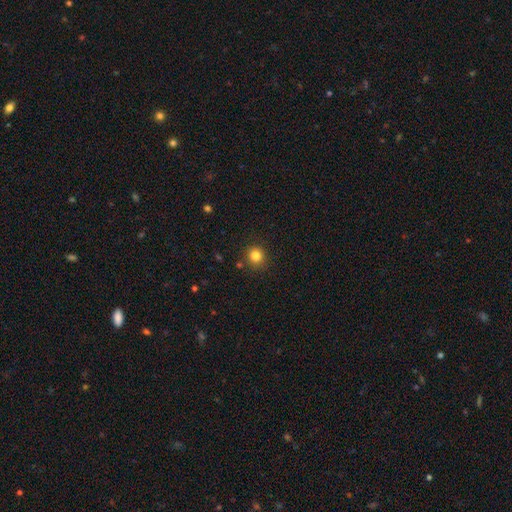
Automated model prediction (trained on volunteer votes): This is clearly a smooth galaxy (83%). How rounded: clearly round (92%). Merging: clearly none (88%).